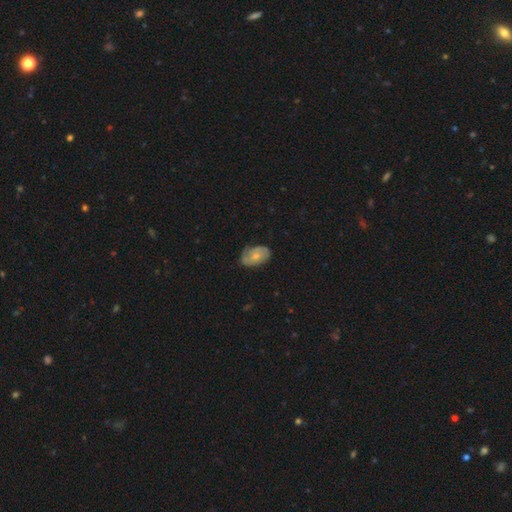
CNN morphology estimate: Smooth or featured: featured or disk — 54% (smooth — 39%)
Edge-on disk: no — 95% (yes — 5%)
Bar: no — 76% (weak — 21%)
Spiral arms: yes — 80% (no — 20%)
Bulge size: small — 48% (moderate — 46%)
Merging: none — 68% (minor disturbance — 25%)